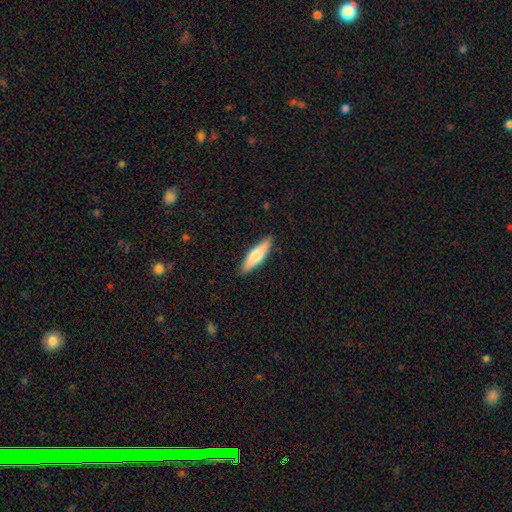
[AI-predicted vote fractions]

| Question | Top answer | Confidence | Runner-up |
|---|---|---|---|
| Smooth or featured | smooth | 68% | featured or disk (27%) |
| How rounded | cigar-shaped | 65% | in between (33%) |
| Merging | none | 89% | minor disturbance (8%) |